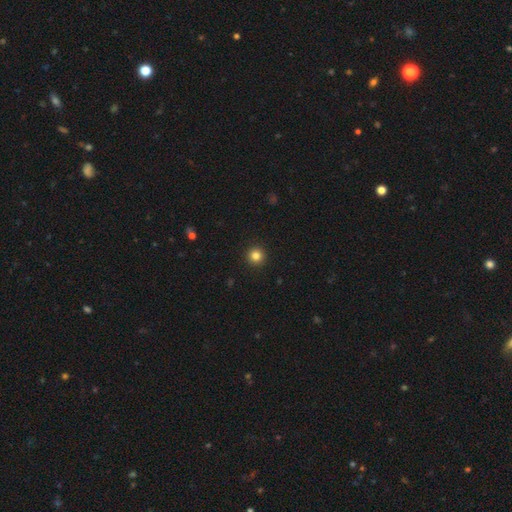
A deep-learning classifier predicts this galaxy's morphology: smooth-or-featured: smooth: 83% | star or artifact: 12% | featured or disk: 4%
  how-rounded: round: 96% | in between: 3% | cigar-shaped: 1%
  merging: none: 93% | minor disturbance: 4% | major disturbance: 2% | merger: 1%